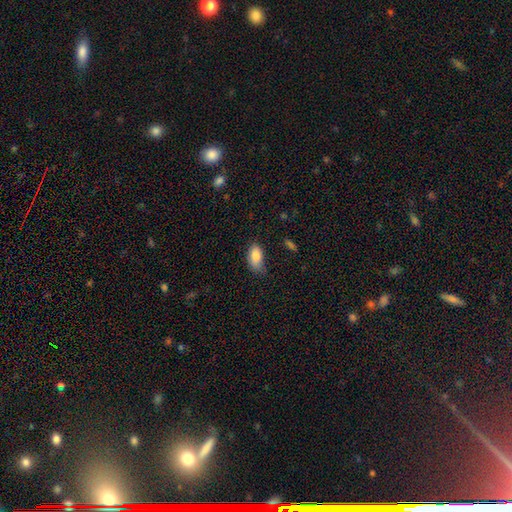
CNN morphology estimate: Q: Smooth or featured?
A: smooth (83%); runner-up: featured or disk (10%)
Q: How rounded?
A: in between (92%); runner-up: round (4%)
Q: Merging?
A: none (64%); runner-up: minor disturbance (29%)